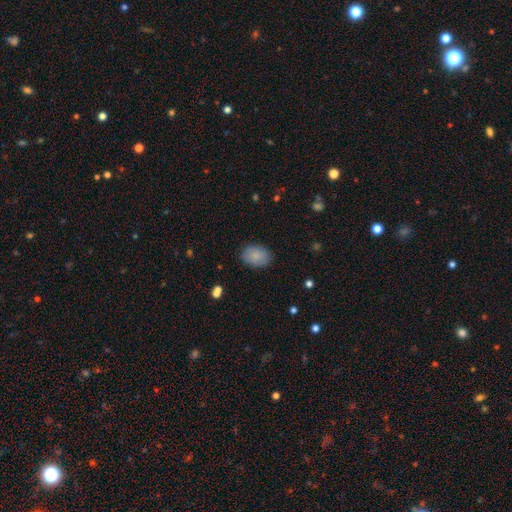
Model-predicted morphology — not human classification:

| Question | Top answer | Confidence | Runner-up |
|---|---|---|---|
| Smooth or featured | smooth | 85% | featured or disk (8%) |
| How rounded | in between | 77% | round (22%) |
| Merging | none | 85% | minor disturbance (11%) |